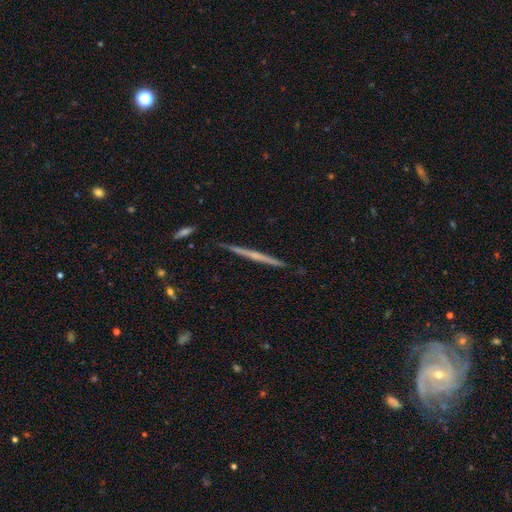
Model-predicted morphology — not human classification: Smooth or featured: featured or disk — 68% (smooth — 26%)
Edge-on disk: yes — 98% (no — 2%)
Edge-on bulge: none — 61% (rounded — 33%)
Merging: none — 90% (minor disturbance — 7%)